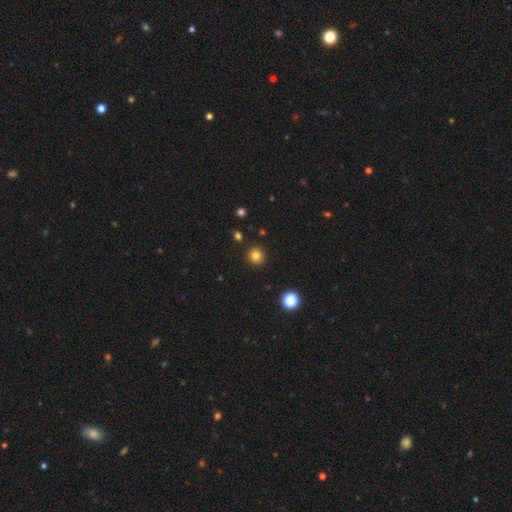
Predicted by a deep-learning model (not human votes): The model was most divided on "smooth or featured": smooth: 81%, star or artifact: 13%, featured or disk: 6%. More confident: how rounded — round (93%); merging — none (91%).